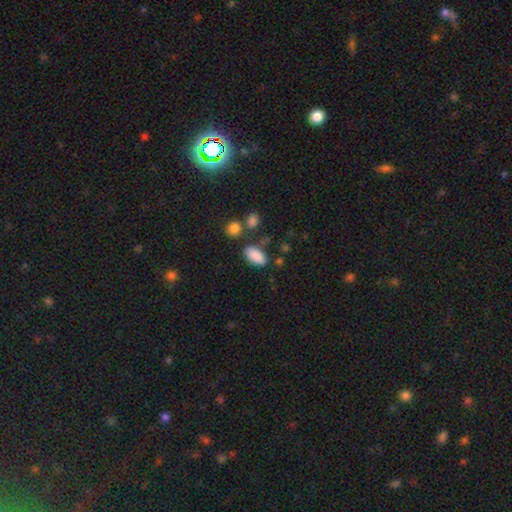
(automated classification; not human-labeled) Smooth or featured: smooth — 88% (star or artifact — 8%)
How rounded: in between — 93% (cigar-shaped — 4%)
Merging: none — 72% (minor disturbance — 14%)